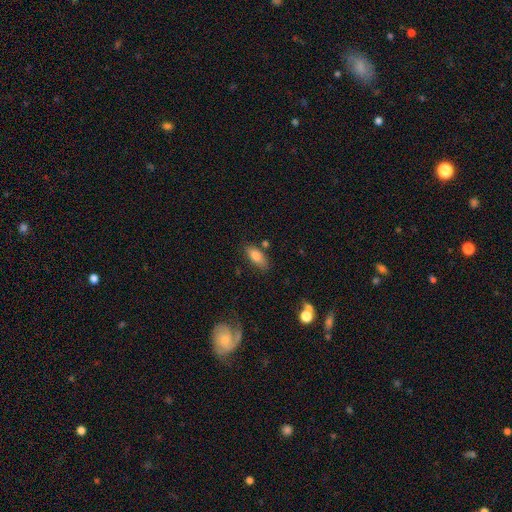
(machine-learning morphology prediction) Smooth or featured: smooth — 81% (featured or disk — 11%)
How rounded: in between — 82% (cigar-shaped — 15%)
Merging: none — 72% (minor disturbance — 17%)